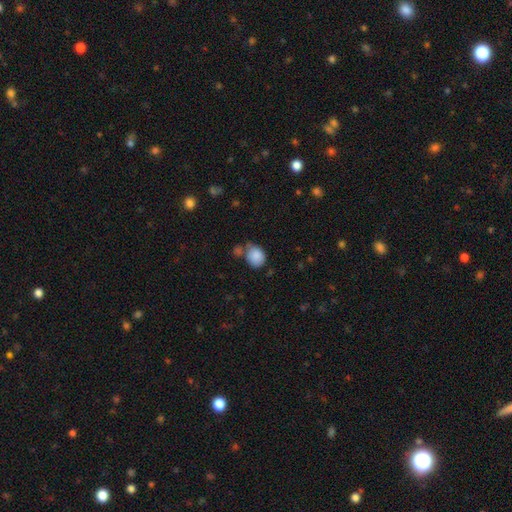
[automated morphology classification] Smooth or featured: smooth — 86% (star or artifact — 8%)
How rounded: round — 56% (in between — 43%)
Merging: none — 51% (minor disturbance — 23%)